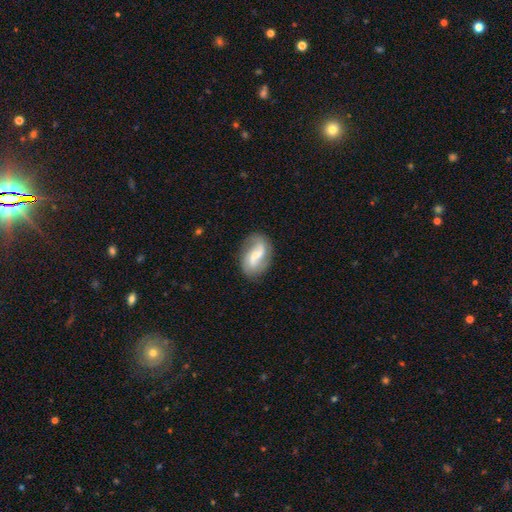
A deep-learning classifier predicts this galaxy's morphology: The model was most divided on "bulge size": small: 34%, none: 28%, moderate: 27%, large: 8%, dominant: 2%. Remaining: edge-on disk — no (97%); spiral arms — yes (89%); spiral arm count — 2 (83%); merging — none (71%); smooth or featured — featured or disk (69%); spiral winding — loose (61%); bar — weak (47%).